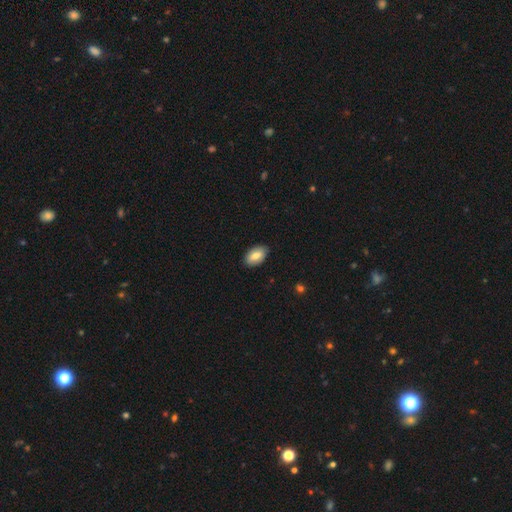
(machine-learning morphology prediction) Smooth or featured? Predicted: smooth (p=0.79). How rounded? Predicted: in between (p=0.93). Merging? Predicted: none (p=0.85).